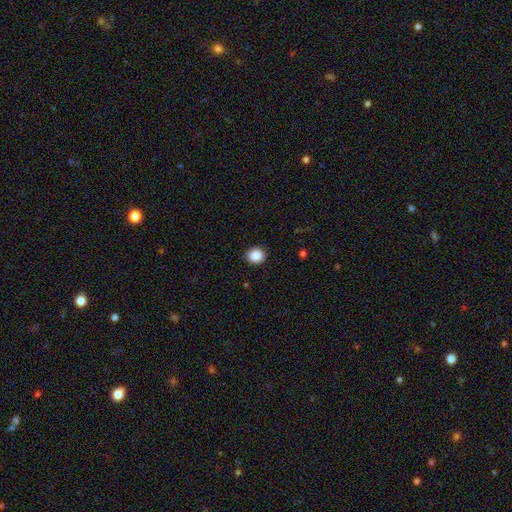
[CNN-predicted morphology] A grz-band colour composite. It shows a smooth galaxy with no disk features (87%) that is round (82%). Merging: none (89%).